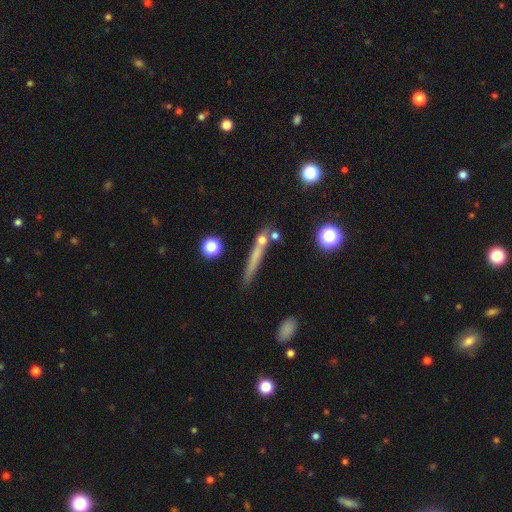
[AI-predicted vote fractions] smooth_or_featured: smooth (p=0.53) [alt: featured or disk p=0.35]
how_rounded: cigar-shaped (p=0.89) [alt: round p=0.05]
merging: none (p=0.72) [alt: minor disturbance p=0.13]